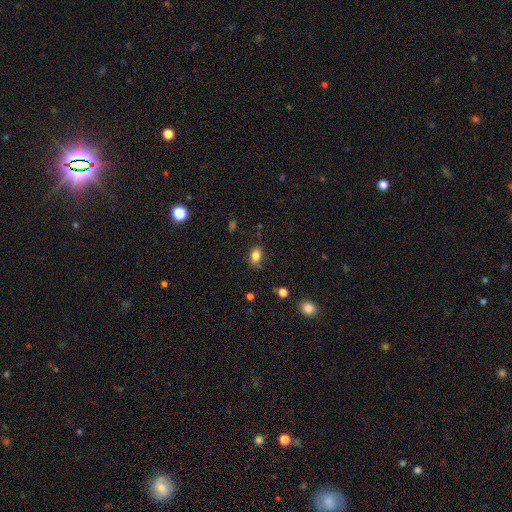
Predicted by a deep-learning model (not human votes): Smooth or featured? Predicted: smooth (p=0.82). How rounded? Predicted: in between (p=0.67). Merging? Predicted: none (p=0.76).